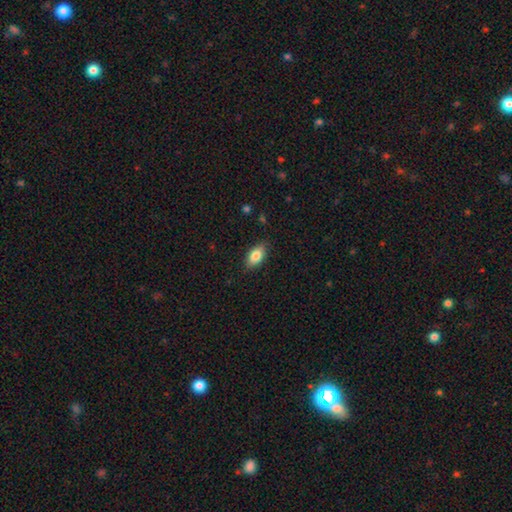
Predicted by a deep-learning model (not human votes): Morphology: type=smooth (83%); roundness=in between (90%); merging=none (84%).